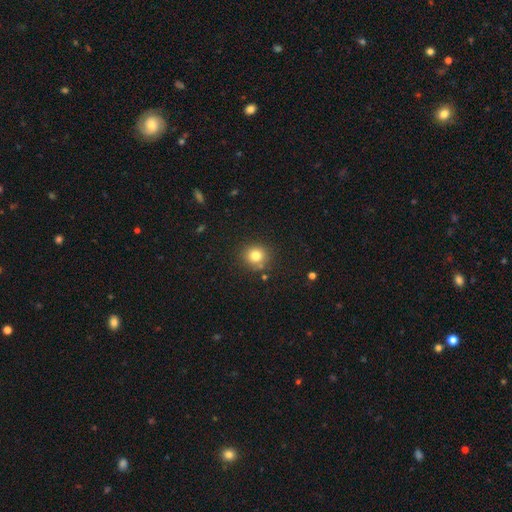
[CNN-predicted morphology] Smooth or featured?
  - smooth: 80% *
  - star or artifact: 13%
  - featured or disk: 7%
How rounded?
  - round: 89% *
  - in between: 10%
  - cigar-shaped: 1%
Merging?
  - none: 83% *
  - minor disturbance: 9%
  - merger: 5%
  - major disturbance: 3%